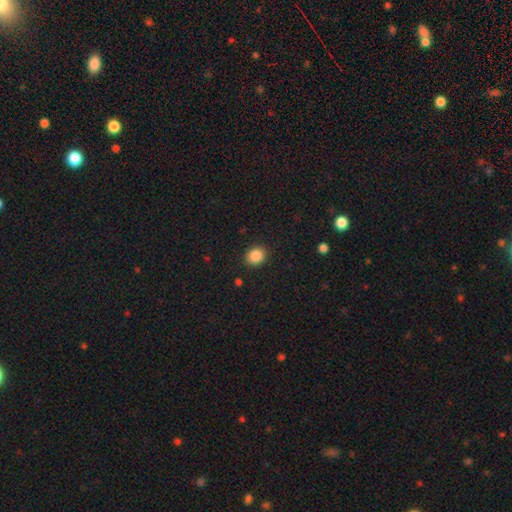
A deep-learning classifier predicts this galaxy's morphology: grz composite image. It shows a smooth galaxy with no disk features (87%) that is round (63%). Merging: none (89%).